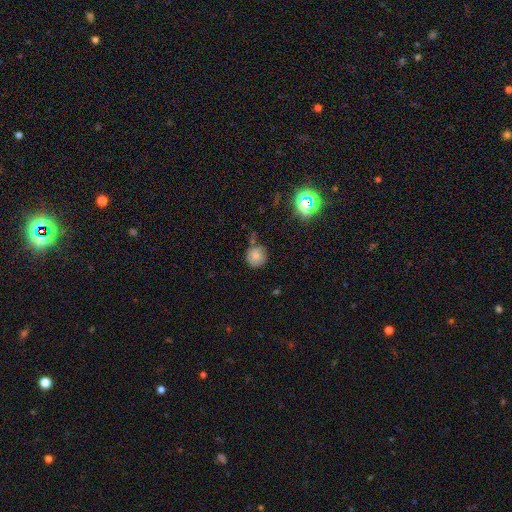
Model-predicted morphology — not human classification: type=smooth (69%); roundness=round (87%); merging=none (63%).